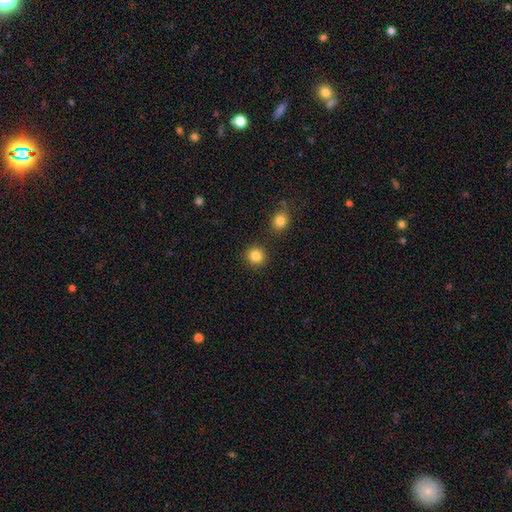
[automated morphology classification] type=smooth (86%); roundness=round (90%); merging=none (89%).